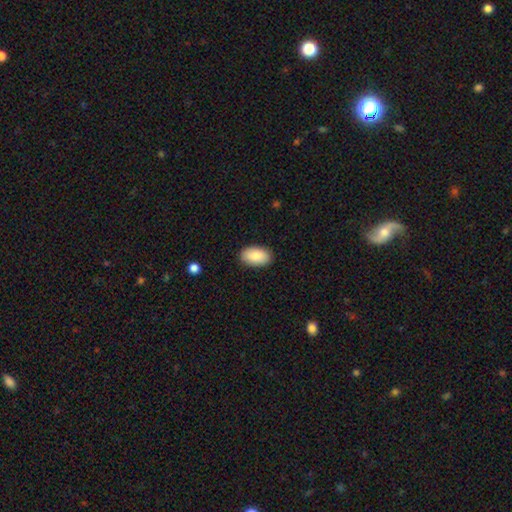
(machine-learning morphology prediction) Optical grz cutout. It shows a smooth galaxy with no disk features (89%) that is in between round and cigar-shaped (95%). Merging: none (88%).